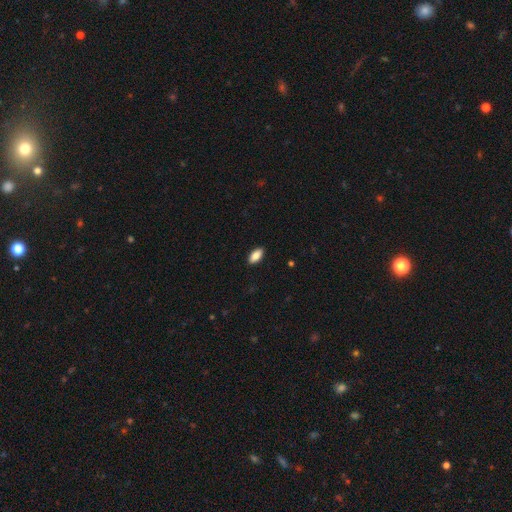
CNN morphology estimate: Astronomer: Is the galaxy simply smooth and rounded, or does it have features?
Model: smooth — 87%.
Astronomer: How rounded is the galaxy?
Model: in between — 92%.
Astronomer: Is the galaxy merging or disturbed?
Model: none — 90%.